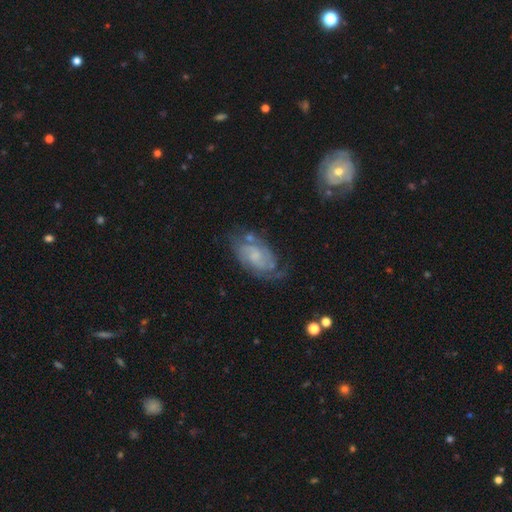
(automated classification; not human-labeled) This is likely a featured or disk galaxy (73%). It is clearly not viewed edge-on (96%). Bar: likely no (60%). Spiral arm pattern: clearly yes (91%). Spiral arm count: possibly 2 (55%). Spiral winding: possibly tight (46%). Central bulge: possibly small (53%). Merging: possibly none (60%).